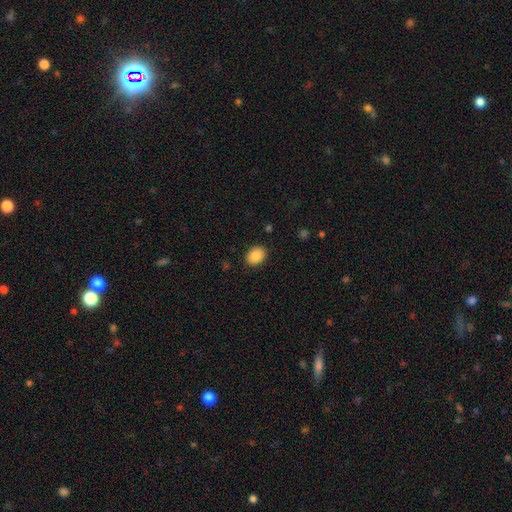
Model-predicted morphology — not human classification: Smooth or featured: smooth — 88% (star or artifact — 8%)
How rounded: in between — 68% (round — 31%)
Merging: none — 88% (minor disturbance — 8%)